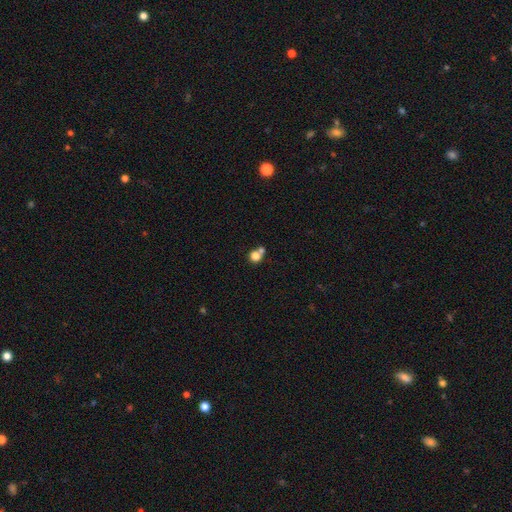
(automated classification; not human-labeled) smooth-or-featured: smooth: 78% | star or artifact: 12% | featured or disk: 10%
  how-rounded: round: 84% | in between: 15% | cigar-shaped: 1%
  merging: none: 45% | merger: 43% | minor disturbance: 8% | major disturbance: 4%